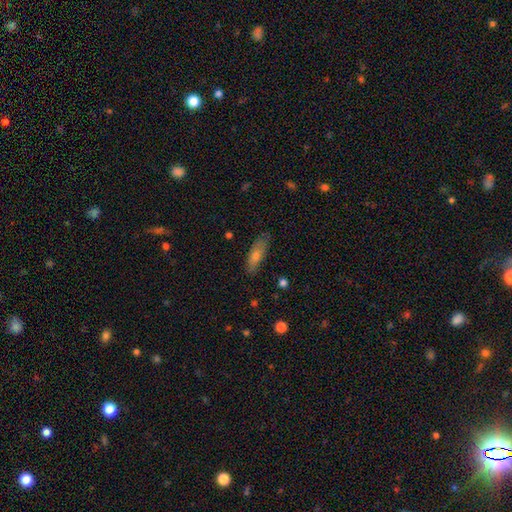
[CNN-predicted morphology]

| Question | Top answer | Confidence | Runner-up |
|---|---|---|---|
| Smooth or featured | smooth | 67% | featured or disk (25%) |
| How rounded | cigar-shaped | 54% | in between (44%) |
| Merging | none | 79% | minor disturbance (16%) |